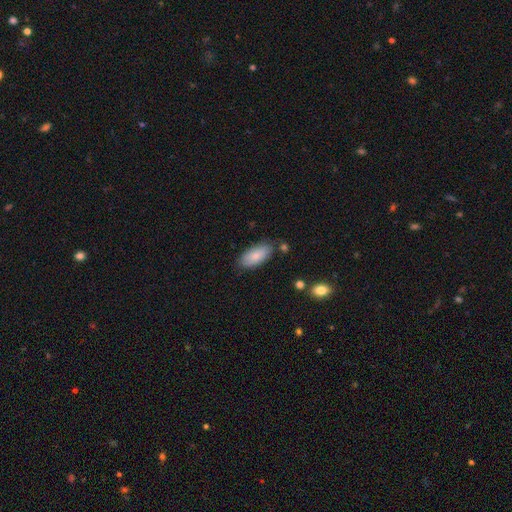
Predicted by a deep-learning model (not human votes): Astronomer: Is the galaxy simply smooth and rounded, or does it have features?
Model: smooth — 83%.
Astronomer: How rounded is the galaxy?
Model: in between — 89%.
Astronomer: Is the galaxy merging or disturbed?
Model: none — 79%.